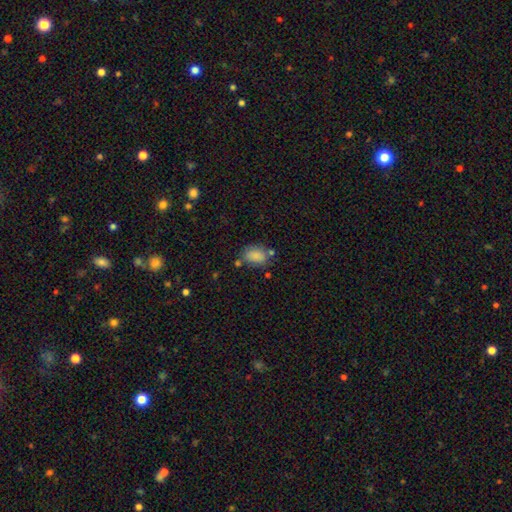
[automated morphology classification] Smooth or featured?
  - smooth: 83% *
  - star or artifact: 9%
  - featured or disk: 8%
How rounded?
  - in between: 82% *
  - round: 16%
  - cigar-shaped: 2%
Merging?
  - none: 63% *
  - minor disturbance: 19%
  - merger: 12%
  - major disturbance: 6%